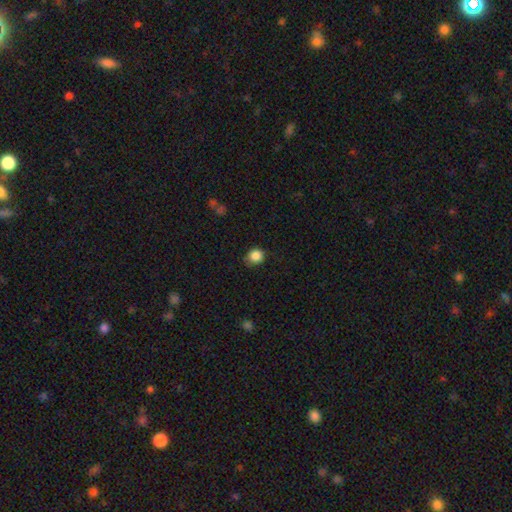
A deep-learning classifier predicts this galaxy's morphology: smooth_or_featured: smooth (p=0.86) [alt: star or artifact p=0.10]
how_rounded: round (p=0.84) [alt: in between p=0.15]
merging: none (p=0.78) [alt: minor disturbance p=0.18]